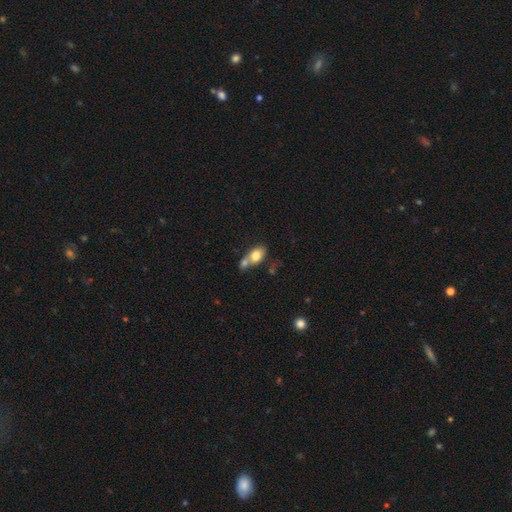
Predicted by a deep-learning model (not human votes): smooth 76%, featured or disk 16%, star or artifact 8%. Down the decision tree: how rounded — in between (80%); merging — merger (51%).